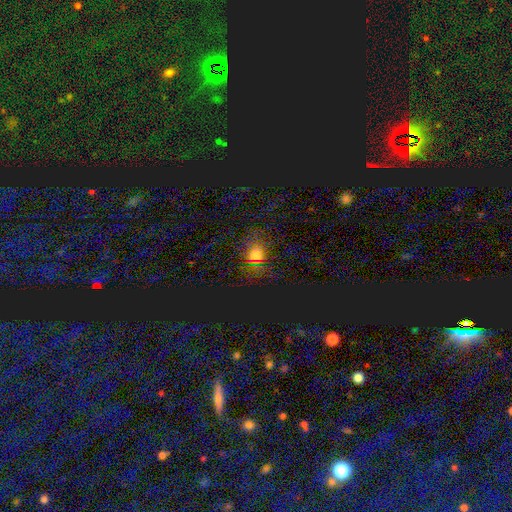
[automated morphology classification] Smooth or featured? smooth (52%)
How rounded? round (59%)
Merging? none (75%)